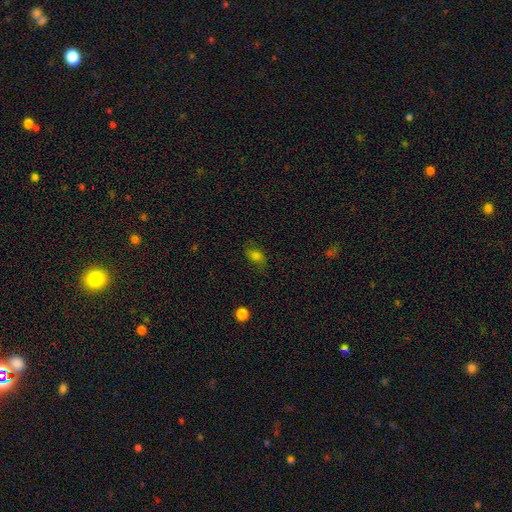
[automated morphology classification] Smooth or featured? smooth (72%)
How rounded? in between (78%)
Merging? none (72%)